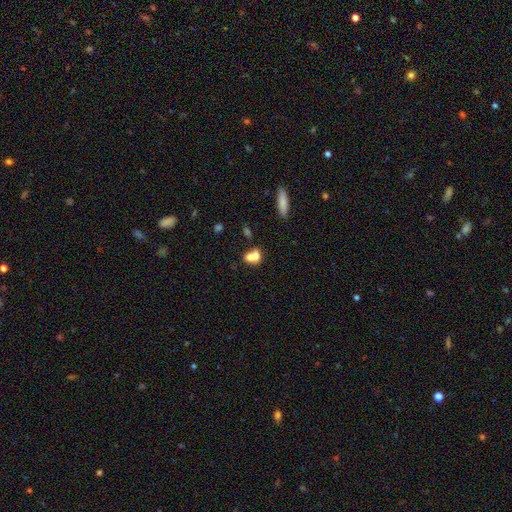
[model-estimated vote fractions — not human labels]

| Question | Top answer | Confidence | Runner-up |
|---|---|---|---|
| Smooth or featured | smooth | 69% | featured or disk (20%) |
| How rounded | in between | 49% | round (48%) |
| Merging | merger | 62% | none (27%) |